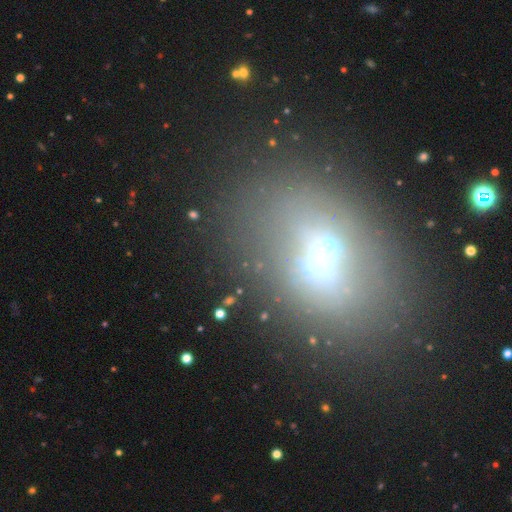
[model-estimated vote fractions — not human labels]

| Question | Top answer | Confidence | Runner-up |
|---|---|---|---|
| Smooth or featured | smooth | 43% | featured or disk (31%) |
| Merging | none | 66% | minor disturbance (14%) |